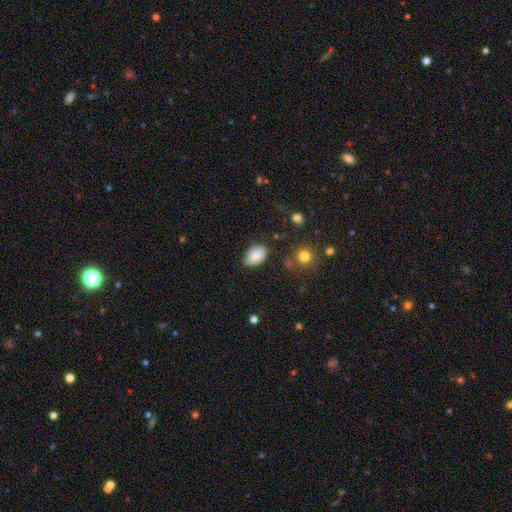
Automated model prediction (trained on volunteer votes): This appears to be a smooth galaxy with no disk features (86%) that is in between round and cigar-shaped (91%). Merging: none (79%).